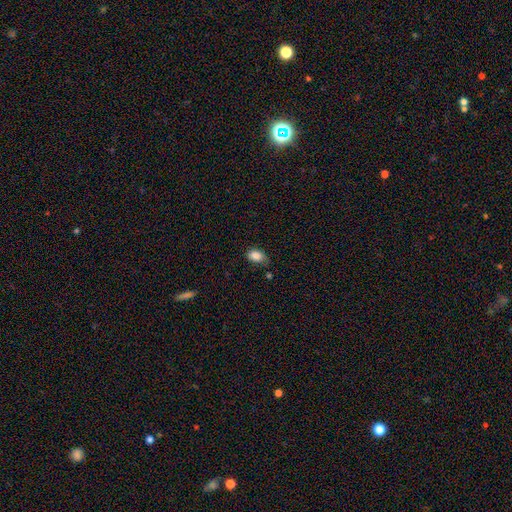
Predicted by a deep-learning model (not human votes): Morphology: type=smooth (86%); roundness=in between (84%); merging=none (61%).